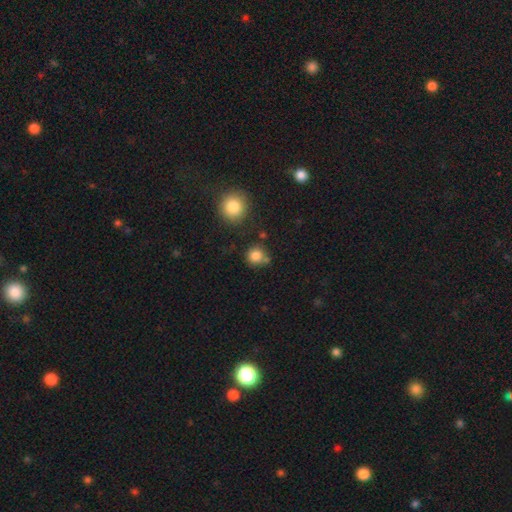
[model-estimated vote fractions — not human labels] Smooth or featured: smooth — 83% (star or artifact — 12%)
How rounded: round — 89% (in between — 10%)
Merging: none — 69% (minor disturbance — 14%)